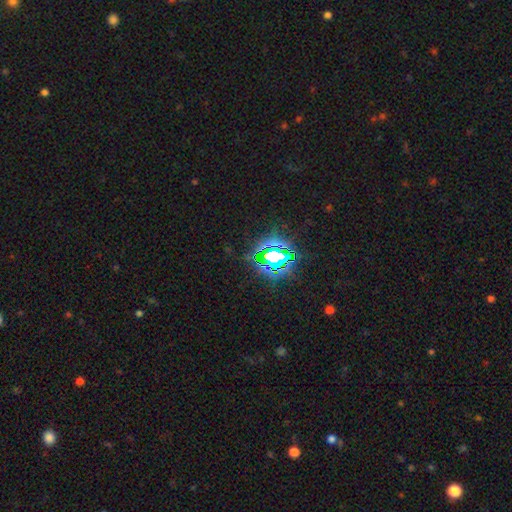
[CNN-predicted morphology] Smooth or featured? Predicted: star or artifact (p=0.80).